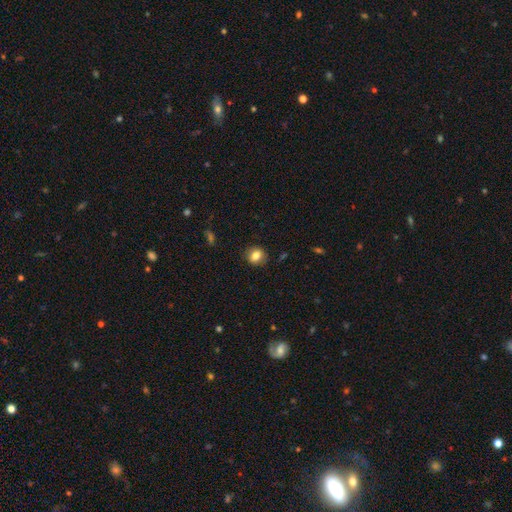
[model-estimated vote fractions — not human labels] This appears to be a smooth galaxy with no disk features (81%) that is round (69%). Merging: none (86%).